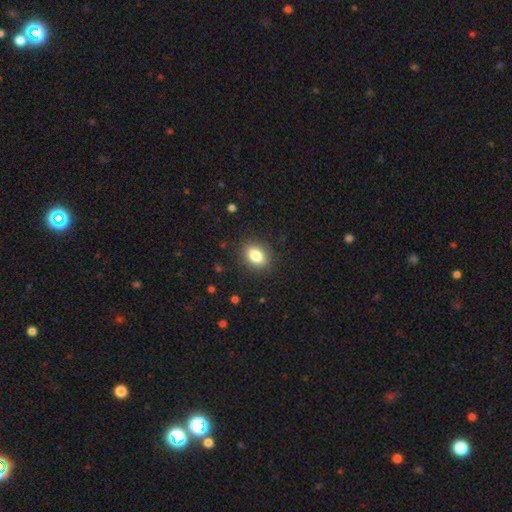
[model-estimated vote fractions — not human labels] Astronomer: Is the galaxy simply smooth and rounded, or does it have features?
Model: smooth — 82%.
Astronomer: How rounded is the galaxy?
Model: in between — 78%.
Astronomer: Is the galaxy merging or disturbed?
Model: none — 88%.